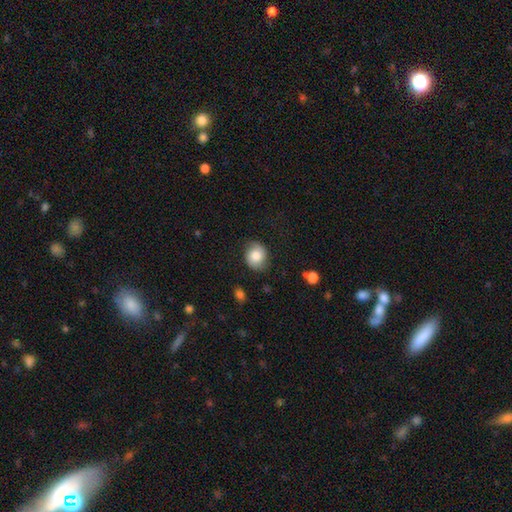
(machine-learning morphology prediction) The model was most divided on "how rounded": round: 64%, in between: 35%, cigar-shaped: 1%. More confident: merging — none (77%); smooth or featured — smooth (76%).